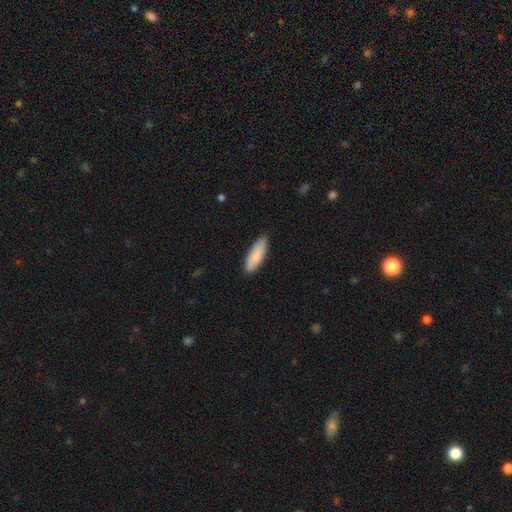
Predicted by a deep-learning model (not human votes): This appears to be a smooth galaxy with no disk features (84%) that is in between round and cigar-shaped (55%). Merging: none (86%).